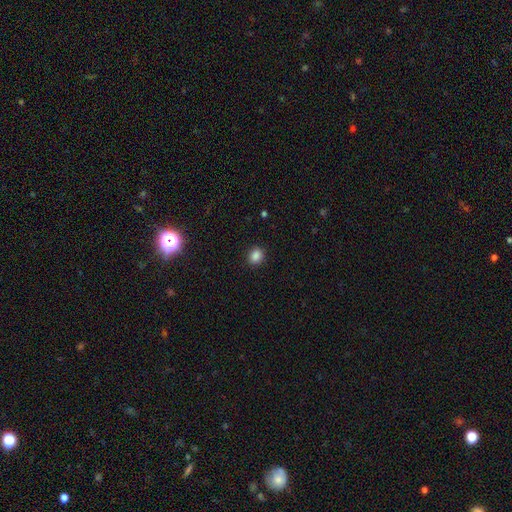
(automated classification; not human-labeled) Smooth or featured: smooth — 85% (star or artifact — 11%)
How rounded: round — 59% (in between — 40%)
Merging: none — 90% (minor disturbance — 7%)